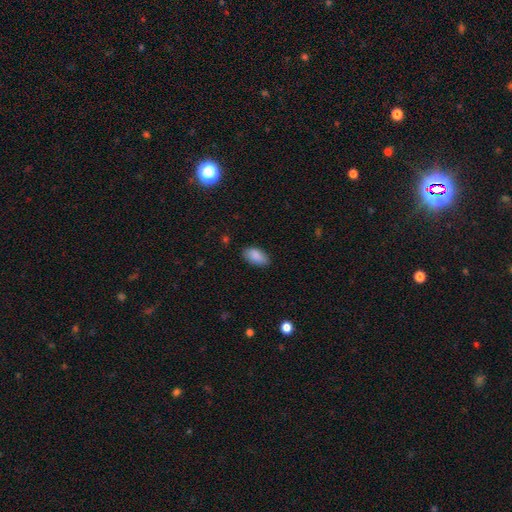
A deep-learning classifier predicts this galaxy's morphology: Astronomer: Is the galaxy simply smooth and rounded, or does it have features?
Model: smooth — 88%.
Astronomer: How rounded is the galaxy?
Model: in between — 94%.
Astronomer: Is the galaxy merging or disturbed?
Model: none — 82%.